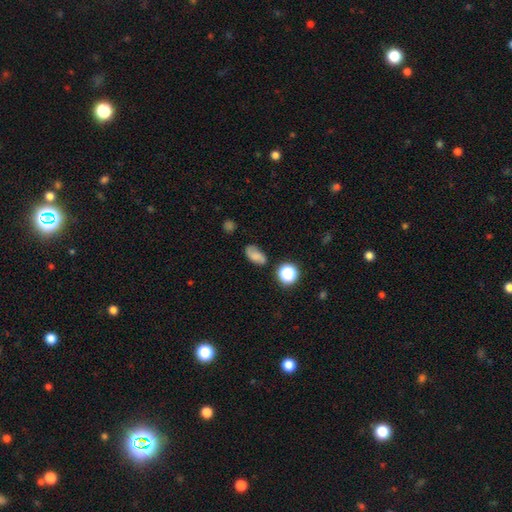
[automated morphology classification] Overall: smooth (71%). How rounded: in between (85%). Merging: none (71%).